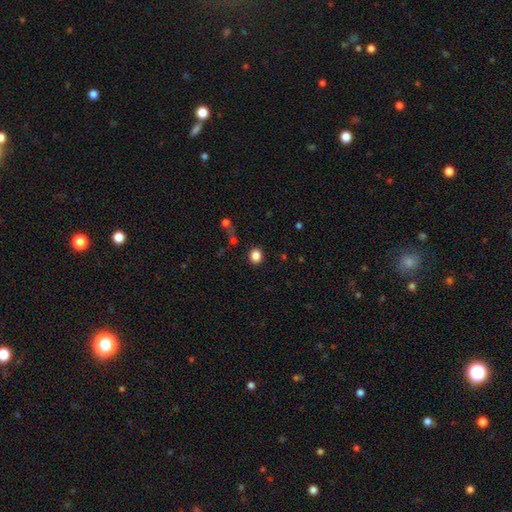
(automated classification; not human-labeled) The model was most divided on "how rounded": round: 74%, in between: 25%, cigar-shaped: 1%. More confident: merging — none (87%); smooth or featured — smooth (85%).